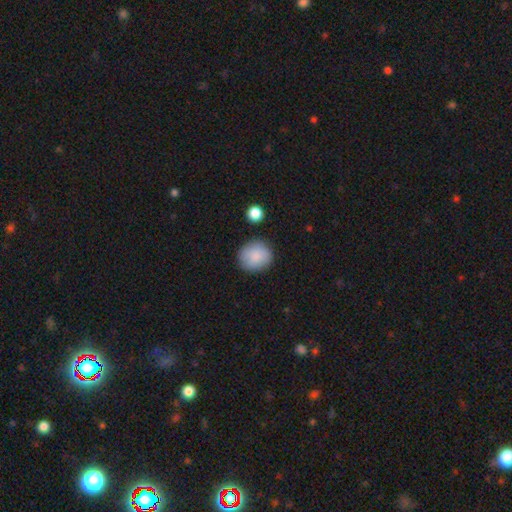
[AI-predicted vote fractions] The model was most divided on "how rounded": round: 85%, in between: 14%, cigar-shaped: 1%. More confident: smooth or featured — smooth (87%); merging — none (84%).